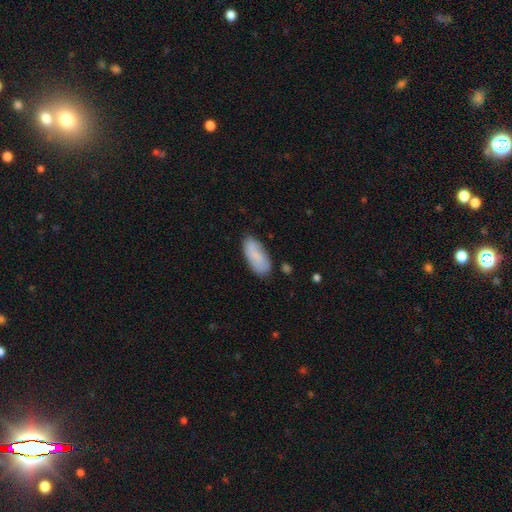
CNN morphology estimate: This appears to be a smooth galaxy with no disk features (80%) that is in between round and cigar-shaped (83%). Merging: none (78%).